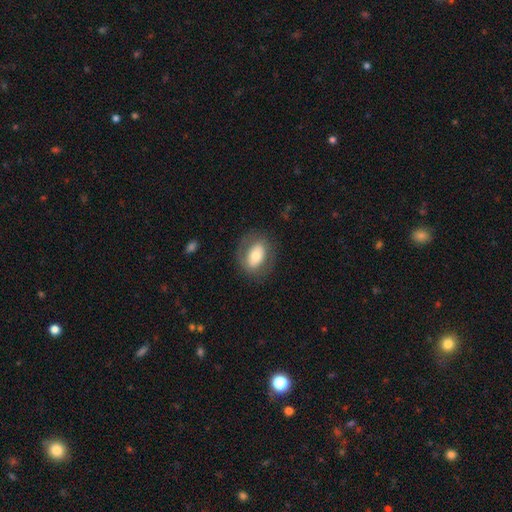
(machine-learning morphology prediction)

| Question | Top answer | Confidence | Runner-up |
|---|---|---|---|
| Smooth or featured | smooth | 60% | featured or disk (33%) |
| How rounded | in between | 75% | round (23%) |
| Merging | none | 76% | minor disturbance (14%) |